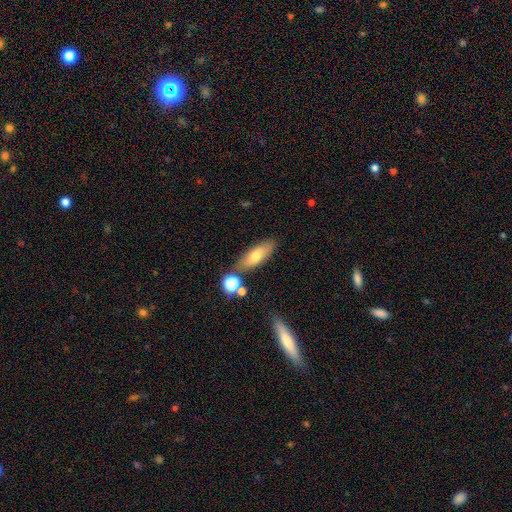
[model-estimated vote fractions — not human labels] smooth 68%, featured or disk 23%, star or artifact 9%. Down the decision tree: how rounded — in between (62%); merging — none (75%).